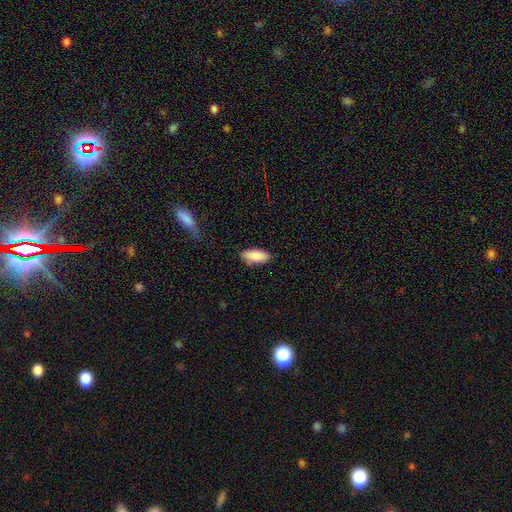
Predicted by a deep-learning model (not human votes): Smooth or featured? smooth (88%)
How rounded? in between (84%)
Merging? none (81%)